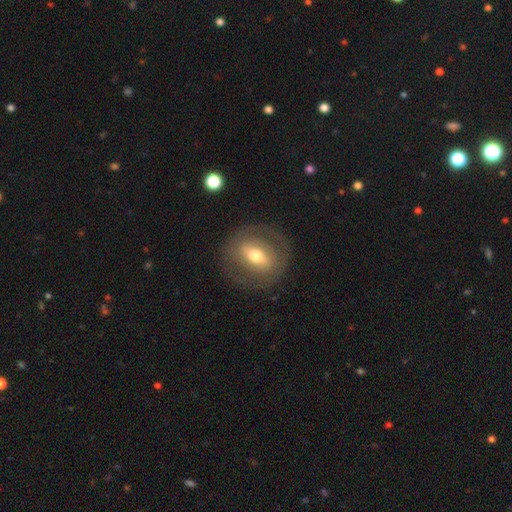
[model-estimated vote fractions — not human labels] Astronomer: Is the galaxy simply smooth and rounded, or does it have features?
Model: featured or disk — 55% (runner-up: smooth, 38%).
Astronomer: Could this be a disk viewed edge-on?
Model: no — 87%.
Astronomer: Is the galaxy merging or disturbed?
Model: none — 81%.